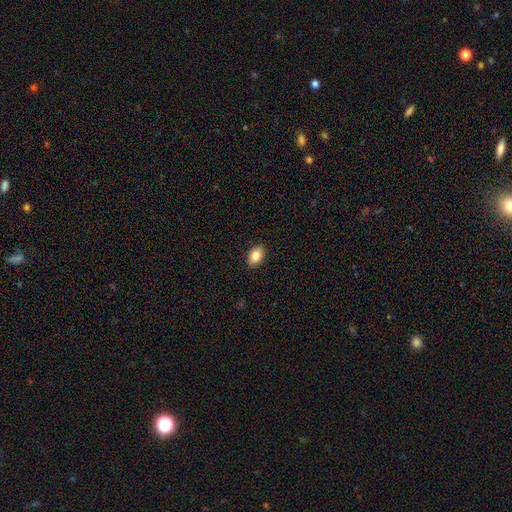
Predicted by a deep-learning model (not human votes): Smooth or featured: smooth — 85% (star or artifact — 8%)
How rounded: in between — 85% (round — 13%)
Merging: none — 90% (minor disturbance — 7%)